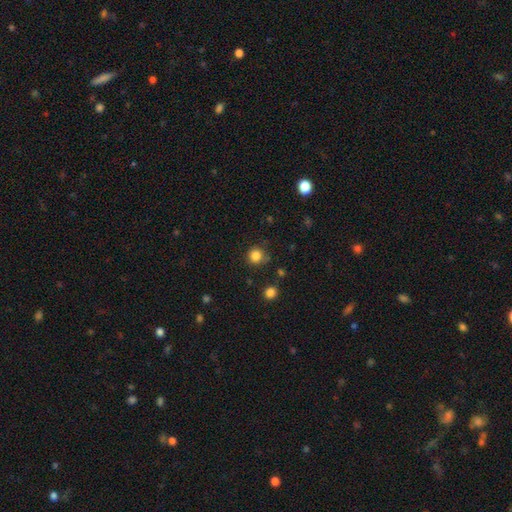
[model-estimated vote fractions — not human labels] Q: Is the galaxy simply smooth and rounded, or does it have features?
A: smooth — 84%.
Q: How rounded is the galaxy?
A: round — 92%.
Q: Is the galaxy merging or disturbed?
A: none — 82%.